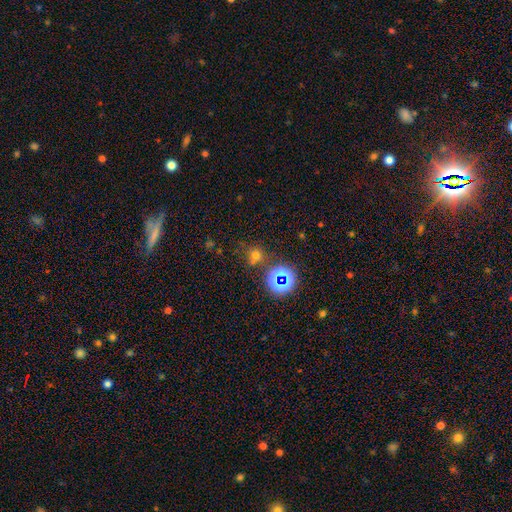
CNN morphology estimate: type=smooth (57%); roundness=round (88%); merging=none (70%).